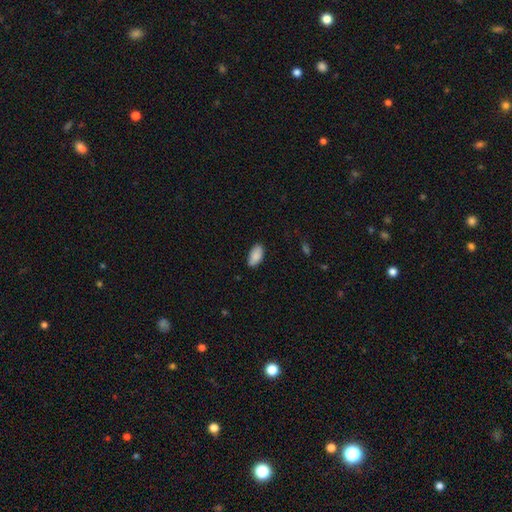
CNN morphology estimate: smooth_or_featured: smooth (p=0.88) [alt: star or artifact p=0.06]
how_rounded: in between (p=0.94) [alt: cigar-shaped p=0.04]
merging: none (p=0.81) [alt: minor disturbance p=0.15]